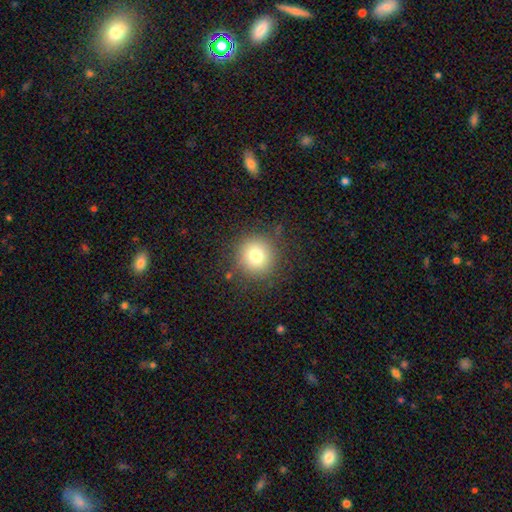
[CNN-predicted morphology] The model was most divided on "smooth or featured": smooth: 77%, star or artifact: 13%, featured or disk: 11%. More confident: how rounded — round (94%); merging — none (84%).